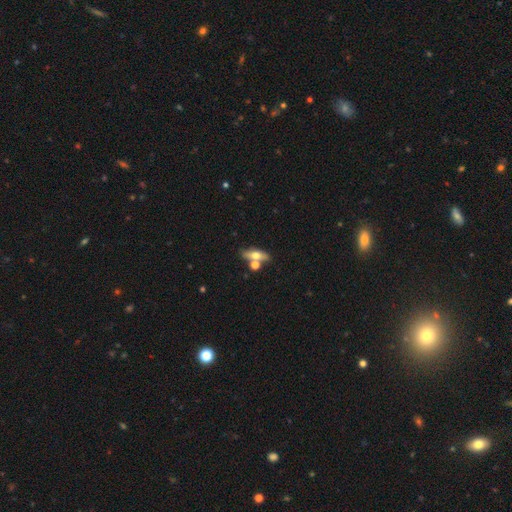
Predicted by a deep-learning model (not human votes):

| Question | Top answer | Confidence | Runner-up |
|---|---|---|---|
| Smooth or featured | smooth | 51% | featured or disk (40%) |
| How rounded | in between | 55% | cigar-shaped (38%) |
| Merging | none | 62% | merger (22%) |